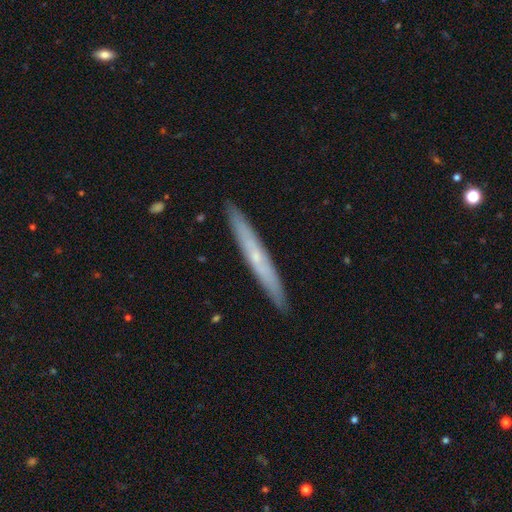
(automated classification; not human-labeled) Smooth or featured?
  - featured or disk: 57% *
  - smooth: 37%
  - star or artifact: 6%
Edge-on disk?
  - yes: 90% *
  - no: 10%
Edge-on bulge?
  - none: 57% *
  - rounded: 40%
  - boxy: 3%
Merging?
  - none: 91% *
  - minor disturbance: 6%
  - major disturbance: 1%
  - merger: 1%